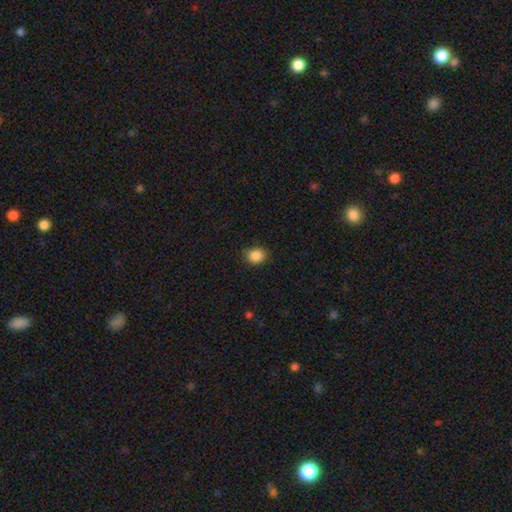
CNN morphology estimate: Smooth or featured? smooth (87%)
How rounded? round (68%)
Merging? none (84%)